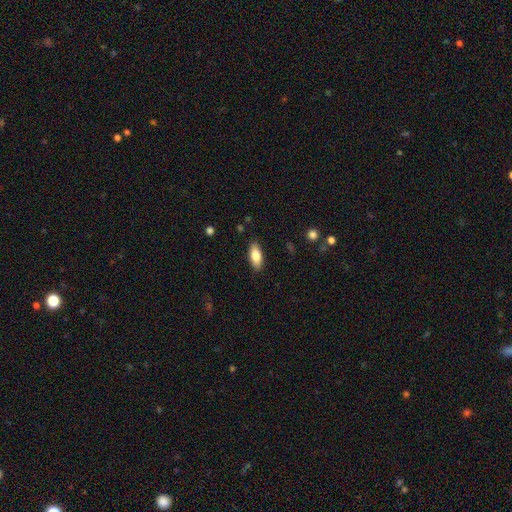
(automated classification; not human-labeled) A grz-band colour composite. It shows a smooth galaxy with no disk features (82%) that is in between round and cigar-shaped (85%). Merging: none (87%).